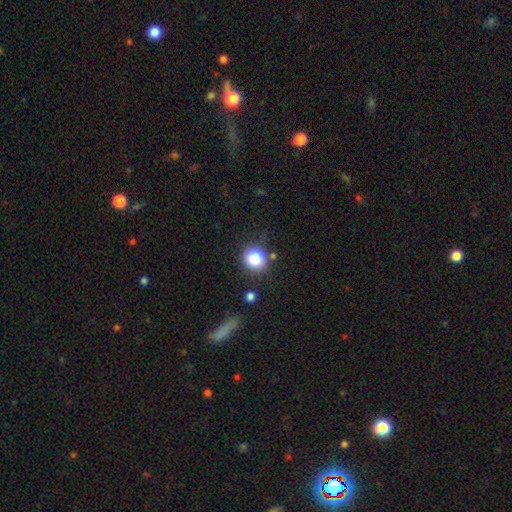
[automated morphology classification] Smooth or featured? smooth (83%)
How rounded? round (86%)
Merging? none (79%)